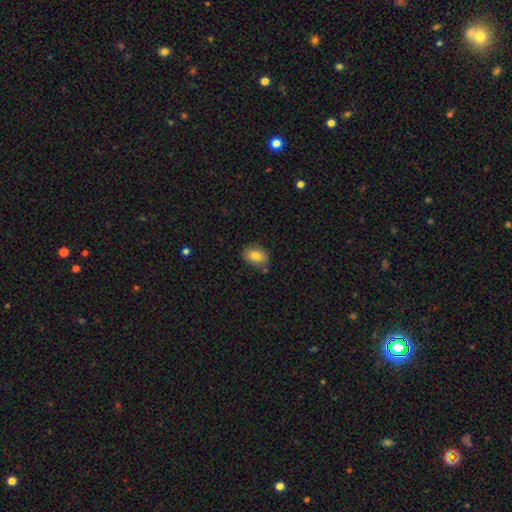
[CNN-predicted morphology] The model was most divided on "merging": none: 77%, minor disturbance: 15%, merger: 5%, major disturbance: 3%. More confident: how rounded — in between (82%); smooth or featured — smooth (81%).